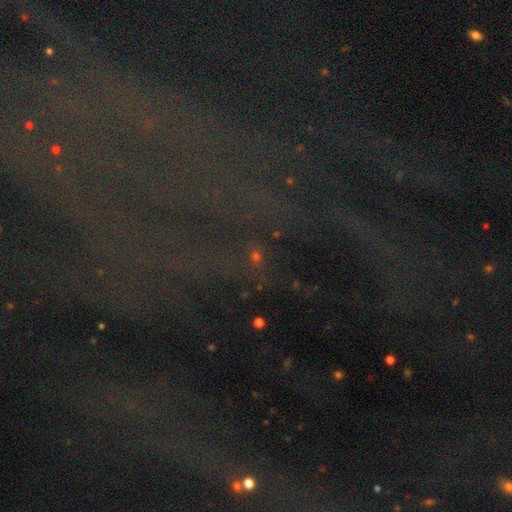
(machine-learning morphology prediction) The model was most divided on "smooth or featured": star or artifact: 68%, smooth: 21%, featured or disk: 11%.